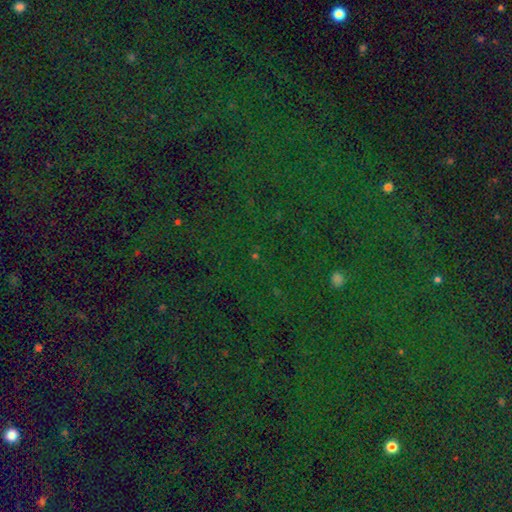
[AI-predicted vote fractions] Smooth or featured? Predicted: star or artifact (p=0.80).